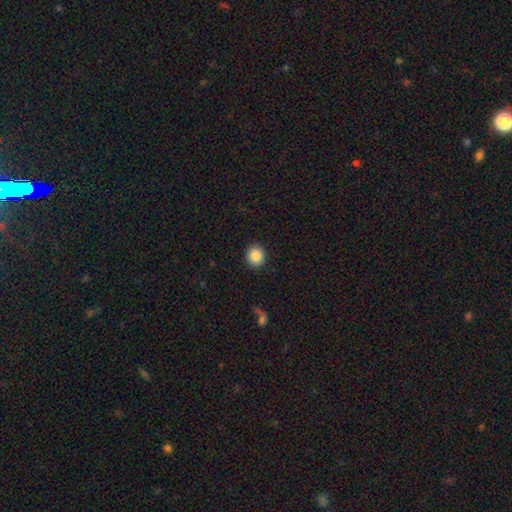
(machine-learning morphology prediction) A smooth galaxy with no disk features (87%) that is round (88%). Merging: none (92%).